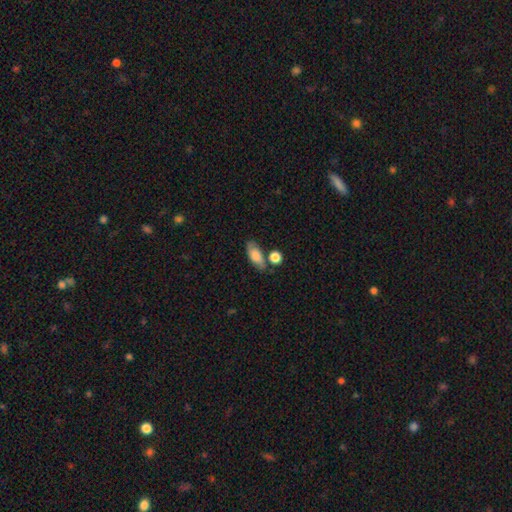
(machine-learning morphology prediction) This appears to be a smooth galaxy with no disk features (73%) that is in between round and cigar-shaped (80%). Merging: none (63%).